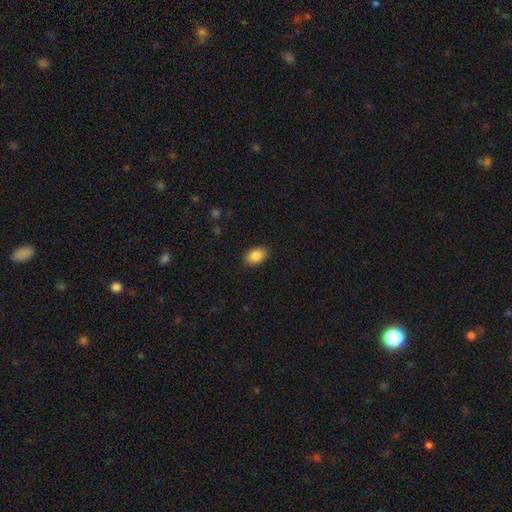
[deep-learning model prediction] Smooth or featured? smooth (87%)
How rounded? in between (90%)
Merging? none (88%)